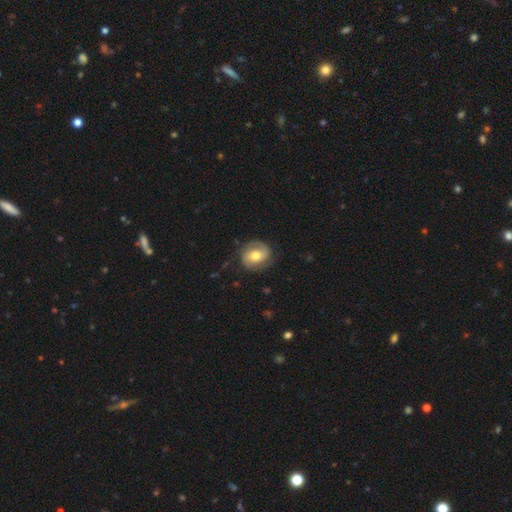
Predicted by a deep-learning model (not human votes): Smooth or featured? Predicted: featured or disk (p=0.61). Edge-on disk? Predicted: no (p=0.97). Bar? Predicted: no (p=0.52). Spiral arms? Predicted: yes (p=0.84). Bulge size? Predicted: moderate (p=0.74). Merging? Predicted: none (p=0.78).